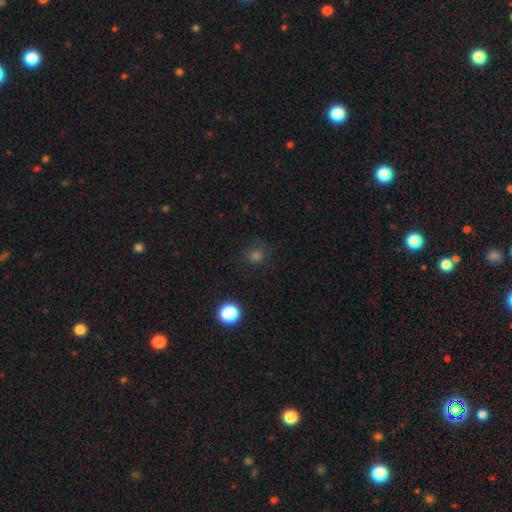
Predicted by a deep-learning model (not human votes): Smooth or featured? Predicted: smooth (p=0.68). How rounded? Predicted: round (p=0.88). Merging? Predicted: none (p=0.78).